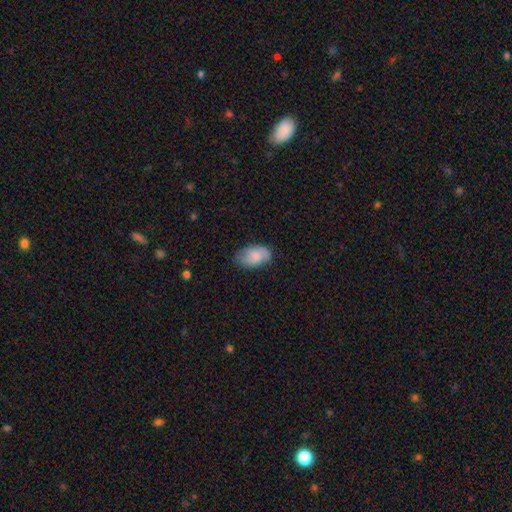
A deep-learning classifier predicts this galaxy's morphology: Smooth or featured? Predicted: smooth (p=0.73). How rounded? Predicted: in between (p=0.92). Merging? Predicted: none (p=0.70).